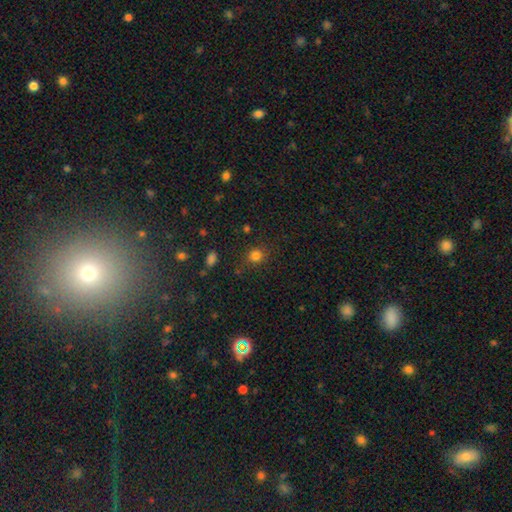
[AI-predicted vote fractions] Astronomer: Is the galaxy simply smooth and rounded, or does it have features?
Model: smooth — 79%.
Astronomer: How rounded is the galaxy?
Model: round — 82%.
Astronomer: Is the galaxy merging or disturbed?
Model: none — 83%.